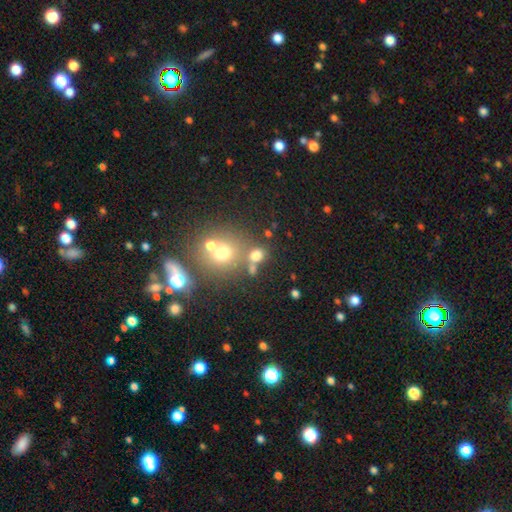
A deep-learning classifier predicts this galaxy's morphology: The model was most divided on "merging": none: 56%, merger: 27%, minor disturbance: 10%, major disturbance: 6%. More confident: smooth or featured — smooth (68%); how rounded — round (68%).